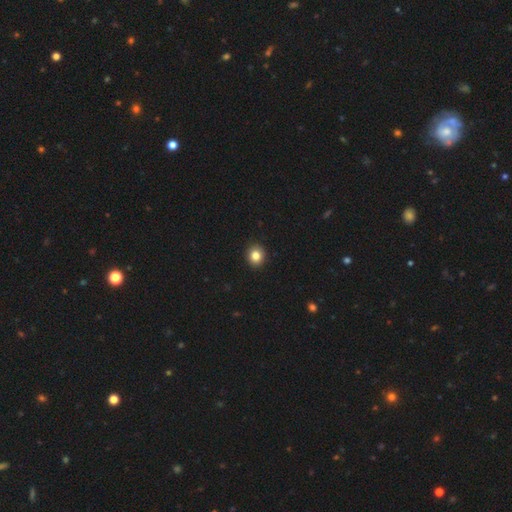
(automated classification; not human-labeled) This is clearly a smooth galaxy (84%). How rounded: clearly round (84%). Merging: clearly none (92%).